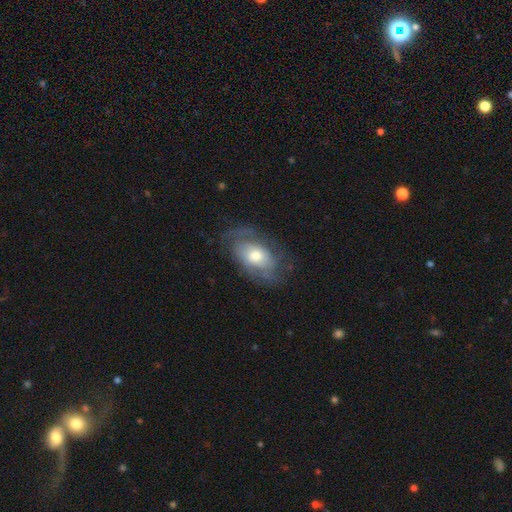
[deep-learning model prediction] featured or disk 57%, smooth 37%, star or artifact 7%. Down the decision tree: edge-on disk — no (94%); bar — no (80%); spiral arms — yes (67%); bulge size — moderate (63%); merging — none (60%).